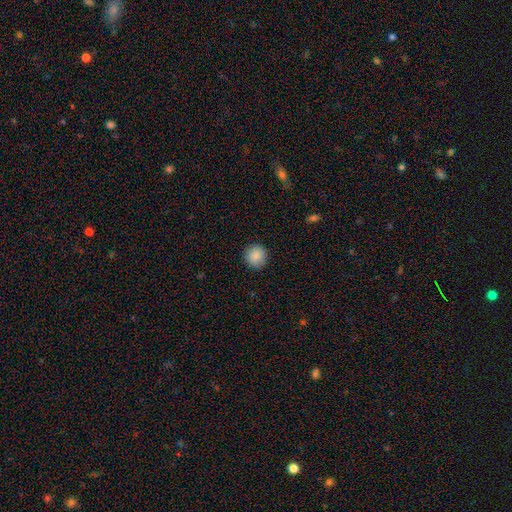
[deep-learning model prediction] This appears to be a smooth galaxy with no disk features (89%) that is round (94%). Merging: none (92%).